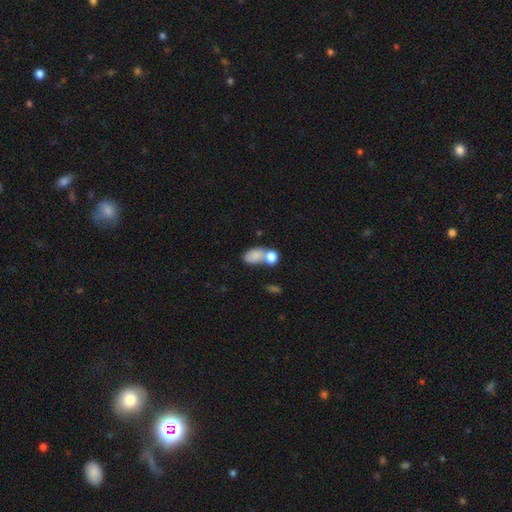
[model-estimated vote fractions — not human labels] smooth_or_featured: smooth (p=0.81) [alt: featured or disk p=0.11]
how_rounded: in between (p=0.82) [alt: round p=0.16]
merging: merger (p=0.54) [alt: none p=0.27]